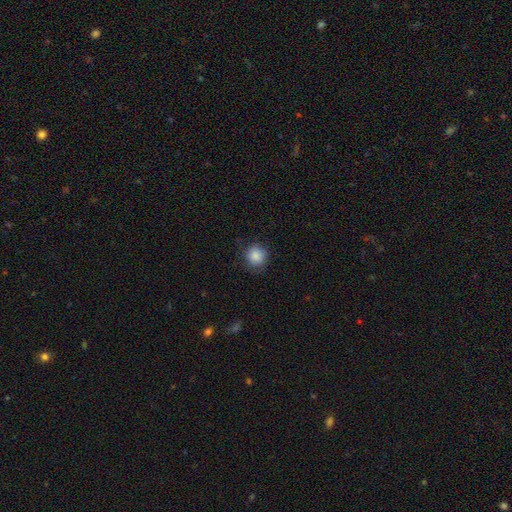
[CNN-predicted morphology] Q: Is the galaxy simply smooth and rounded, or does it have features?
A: smooth — 87%.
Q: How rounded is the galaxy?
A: round — 89%.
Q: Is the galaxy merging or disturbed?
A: none — 83%.